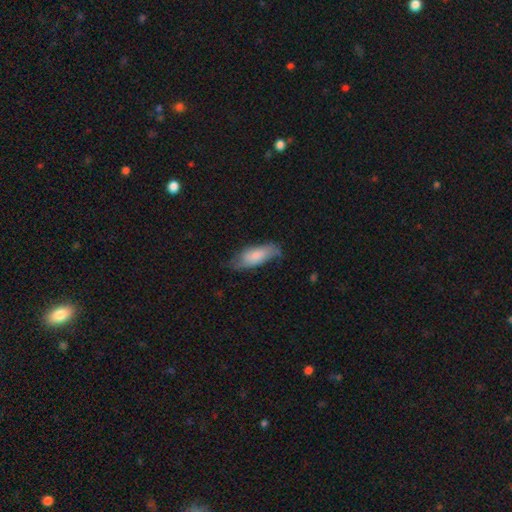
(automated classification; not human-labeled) A smooth galaxy with no disk features (74%) that is in between round and cigar-shaped (73%). Merging: none (56%).